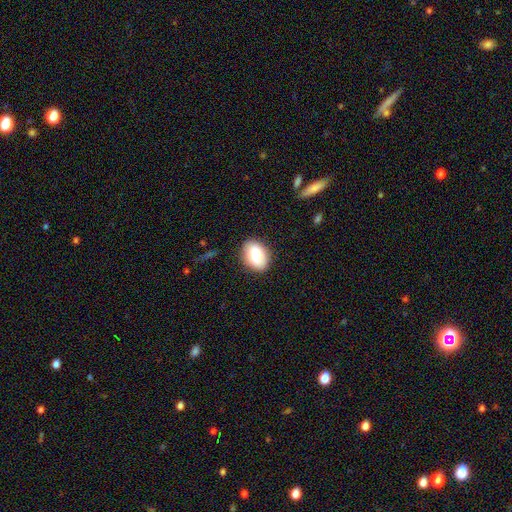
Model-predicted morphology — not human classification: Smooth or featured: smooth — 81% (featured or disk — 11%)
How rounded: in between — 79% (round — 20%)
Merging: none — 87% (minor disturbance — 9%)